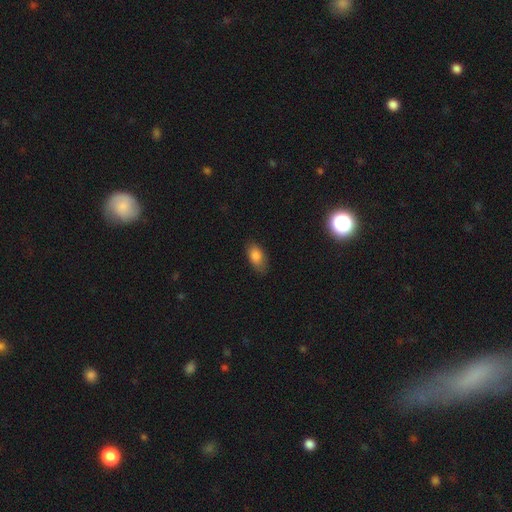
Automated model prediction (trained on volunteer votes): Morphology: type=smooth (83%); roundness=in between (91%); merging=none (78%).